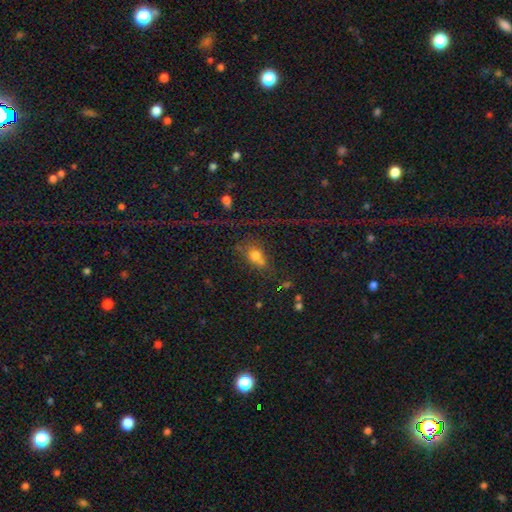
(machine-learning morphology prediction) smooth_or_featured: smooth (p=0.56) [alt: star or artifact p=0.23]
how_rounded: in between (p=0.50) [alt: round p=0.42]
merging: none (p=0.44) [alt: major disturbance p=0.23]